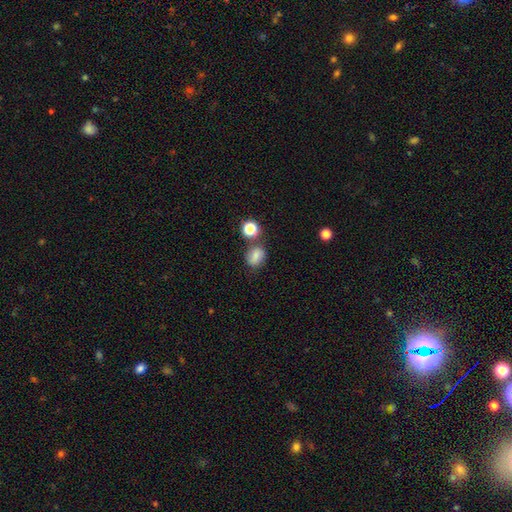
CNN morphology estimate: type=smooth (73%); roundness=in between (50%); merging=none (65%).